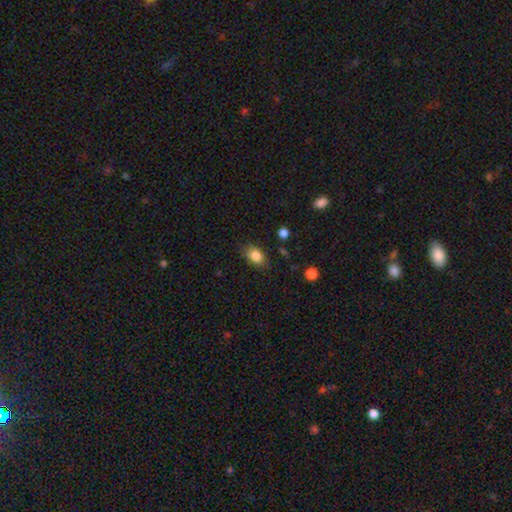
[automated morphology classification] Smooth or featured: smooth — 84% (star or artifact — 9%)
How rounded: in between — 82% (round — 16%)
Merging: none — 78% (minor disturbance — 17%)